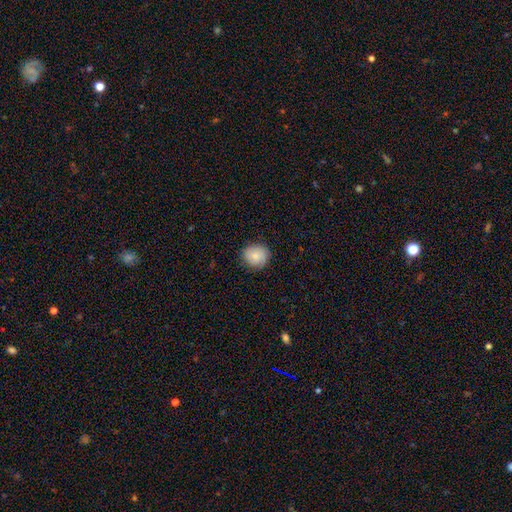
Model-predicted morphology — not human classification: smooth_or_featured: smooth (p=0.82) [alt: featured or disk p=0.11]
how_rounded: round (p=0.87) [alt: in between p=0.12]
merging: none (p=0.86) [alt: minor disturbance p=0.11]